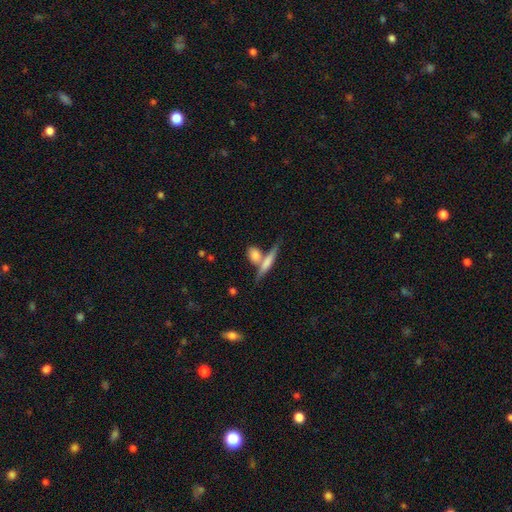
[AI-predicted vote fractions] Smooth or featured? Predicted: smooth (p=0.66). How rounded? Predicted: in between (p=0.38, tied with cigar-shaped). Merging? Predicted: none (p=0.51).